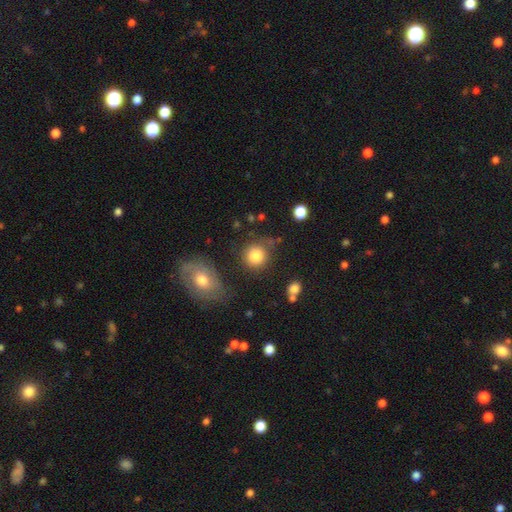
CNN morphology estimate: The model was most divided on "merging": none: 72%, minor disturbance: 15%, merger: 8%, major disturbance: 5%. More confident: how rounded — round (88%); smooth or featured — smooth (84%).